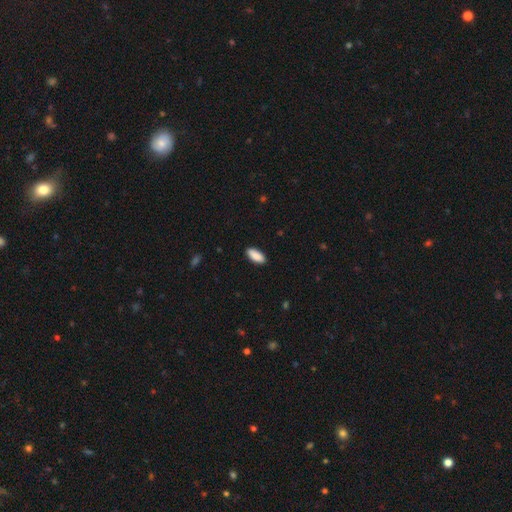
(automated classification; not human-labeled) Smooth or featured: smooth — 90% (star or artifact — 6%)
How rounded: in between — 85% (cigar-shaped — 14%)
Merging: none — 89% (minor disturbance — 9%)